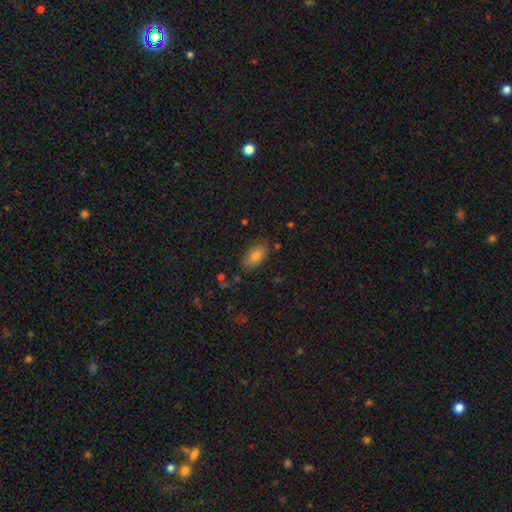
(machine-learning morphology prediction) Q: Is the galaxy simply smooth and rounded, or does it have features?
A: smooth — 78%.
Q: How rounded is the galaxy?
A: in between — 91%.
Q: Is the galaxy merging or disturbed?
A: none — 78%.